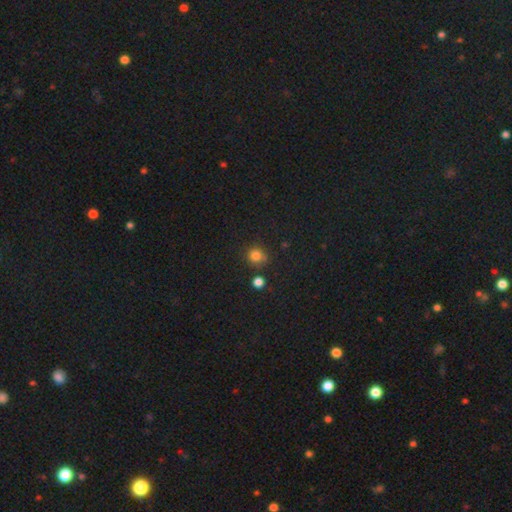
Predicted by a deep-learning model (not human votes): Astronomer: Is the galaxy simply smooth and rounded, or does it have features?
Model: smooth — 80%.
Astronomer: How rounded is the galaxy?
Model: round — 88%.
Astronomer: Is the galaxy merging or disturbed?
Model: none — 73%.